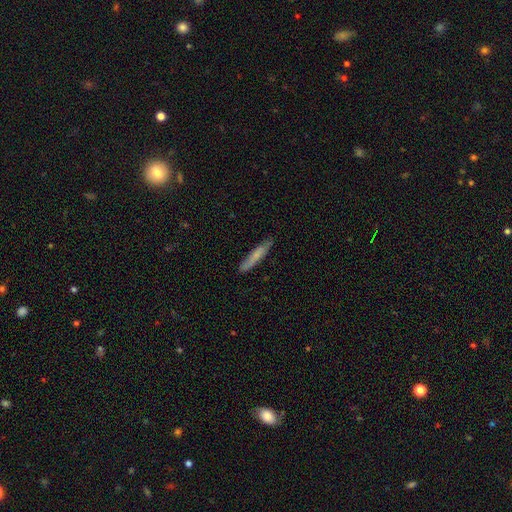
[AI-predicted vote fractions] Smooth or featured? smooth (67%)
How rounded? cigar-shaped (93%)
Merging? none (81%)